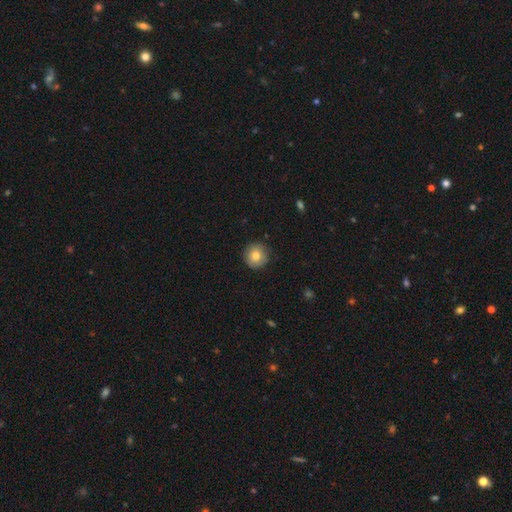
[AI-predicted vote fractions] Overall: smooth (75%). How rounded: round (93%). Merging: none (85%).